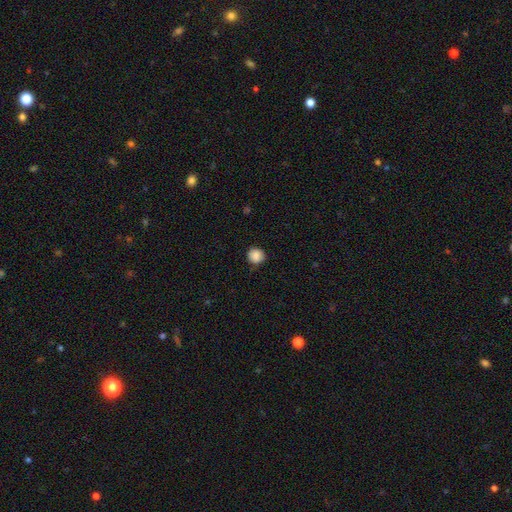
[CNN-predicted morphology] Smooth or featured? smooth (87%)
How rounded? round (91%)
Merging? none (86%)